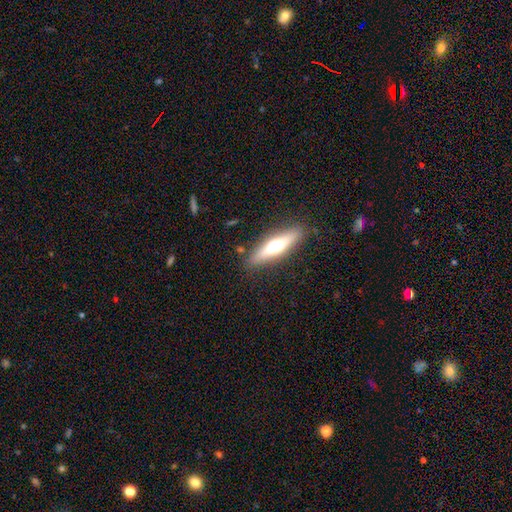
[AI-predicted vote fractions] This is possibly a featured or disk galaxy (54%). It is clearly viewed edge-on (91%). Merging: clearly none (88%).